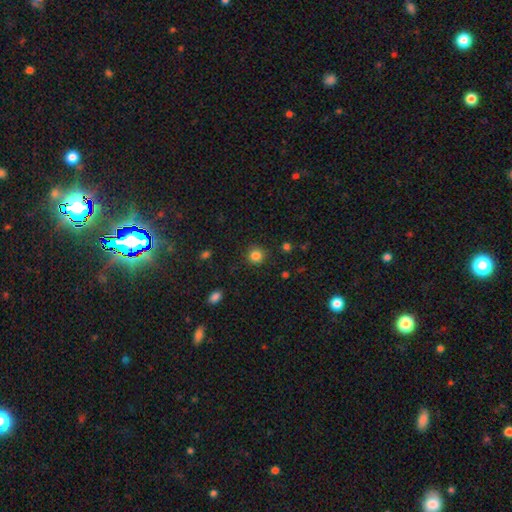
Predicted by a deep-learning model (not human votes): smooth 84%, star or artifact 12%, featured or disk 4%. Down the decision tree: how rounded — round (91%); merging — none (89%).